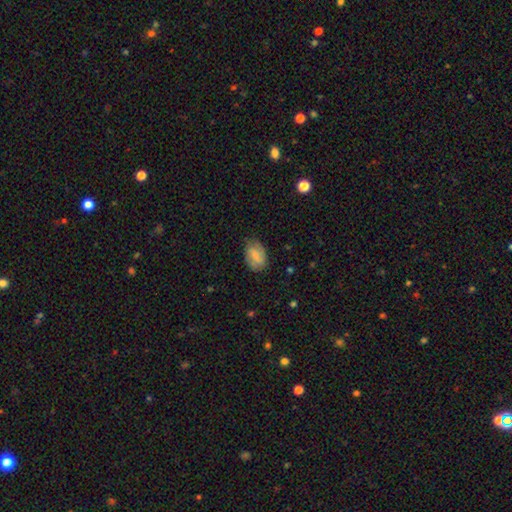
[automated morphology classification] Overall: smooth (67%). How rounded: in between (87%). Merging: none (74%).